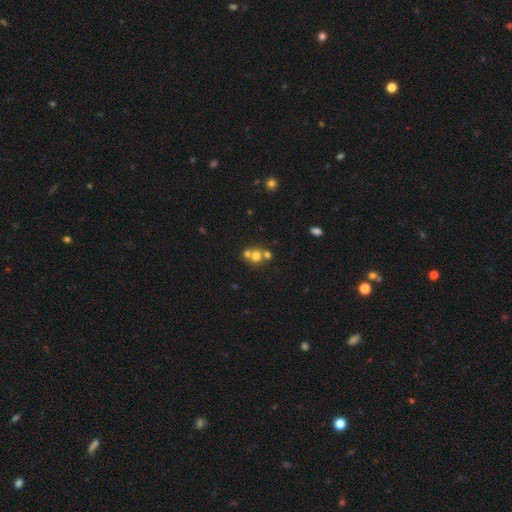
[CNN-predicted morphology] type=smooth (62%); roundness=round (79%); merging=merger (54%).